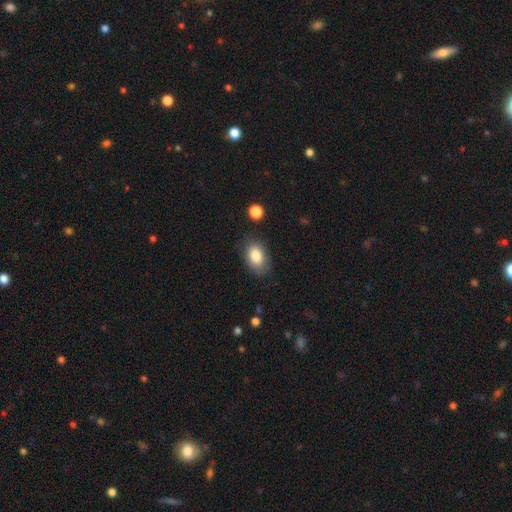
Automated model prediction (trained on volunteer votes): Overall: smooth (84%). How rounded: in between (86%). Merging: none (77%).